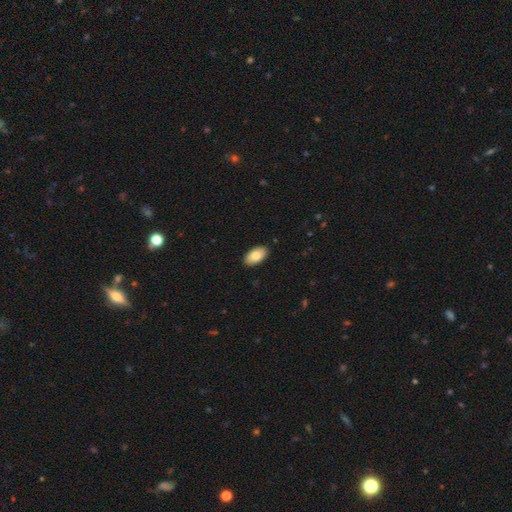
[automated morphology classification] type=smooth (84%); roundness=in between (95%); merging=none (90%).